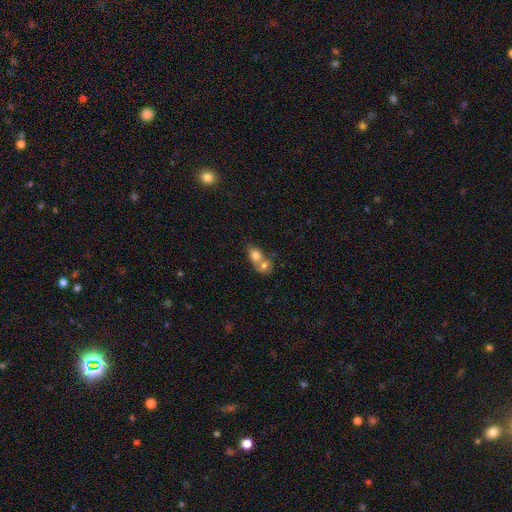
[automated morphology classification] The model was most divided on "how rounded" (2-way tie): in between: 49%, round: 49%, cigar-shaped: 2%. More confident: smooth or featured — smooth (78%); merging — merger (72%).